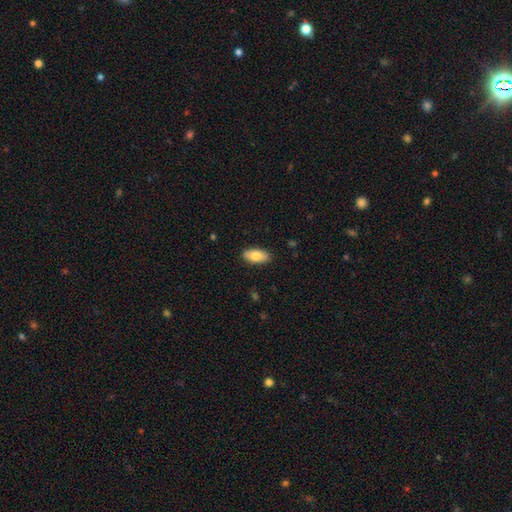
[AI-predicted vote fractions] This appears to be a smooth galaxy with no disk features (80%) that is in between round and cigar-shaped (91%). Merging: none (87%).